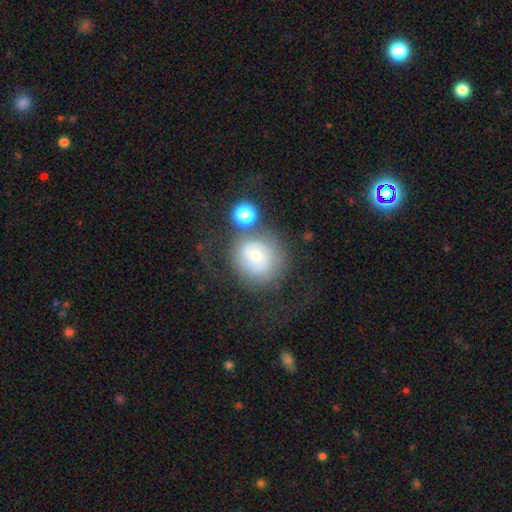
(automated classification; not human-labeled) A smooth galaxy with no disk features (49%). Merging: none (52%).